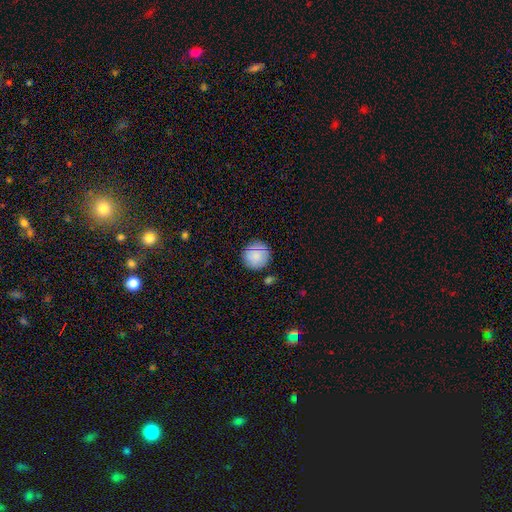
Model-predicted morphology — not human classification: A smooth galaxy with no disk features (82%) that is round (94%). Merging: none (83%).